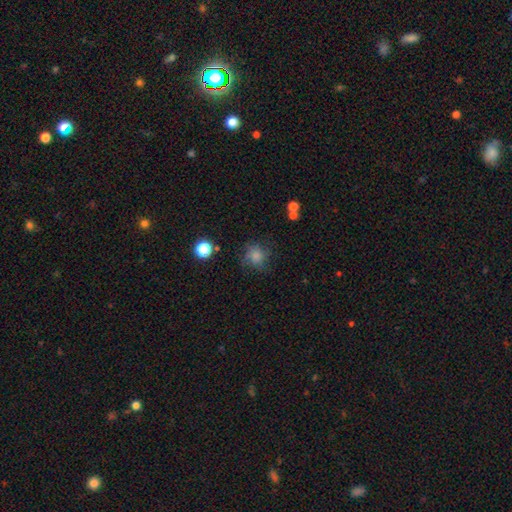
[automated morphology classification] A smooth galaxy with no disk features (74%) that is round (83%).

Vote fractions:
- Smooth or featured? smooth: 74% / featured or disk: 14% / star or artifact: 12%
- How rounded? round: 83% / in between: 16% / cigar-shaped: 1%
- Merging? none: 63% / minor disturbance: 22% / major disturbance: 12% / merger: 3%